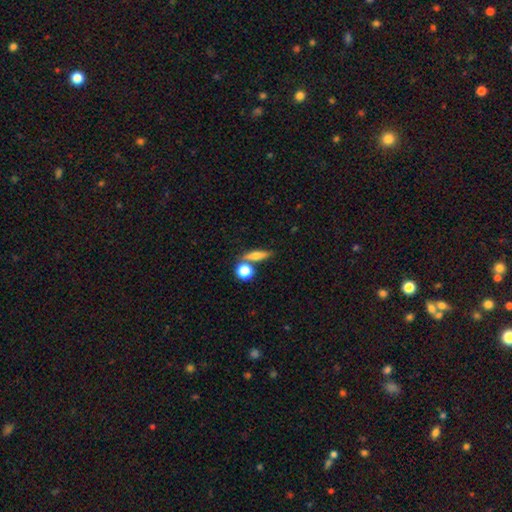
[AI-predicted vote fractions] Smooth or featured?
  - smooth: 59% *
  - featured or disk: 30%
  - star or artifact: 10%
How rounded?
  - cigar-shaped: 53% *
  - in between: 27%
  - round: 21%
Merging?
  - none: 68% *
  - merger: 17%
  - minor disturbance: 11%
  - major disturbance: 4%